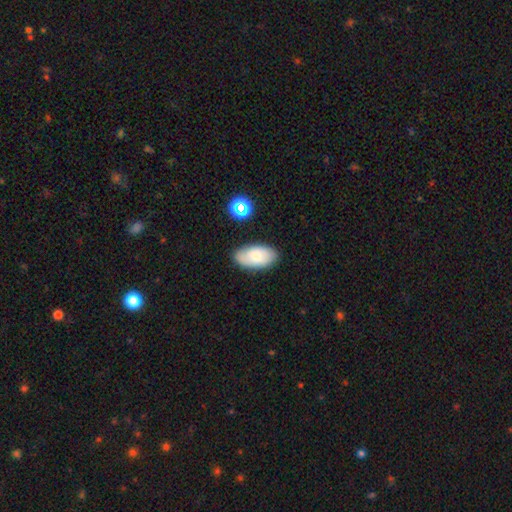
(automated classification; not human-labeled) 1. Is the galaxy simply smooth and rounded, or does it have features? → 73% smooth, 19% featured or disk, 7% star or artifact.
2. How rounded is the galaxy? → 94% in between, 3% round, 2% cigar-shaped.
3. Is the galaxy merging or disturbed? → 82% none, 13% minor disturbance, 3% major disturbance, 2% merger.